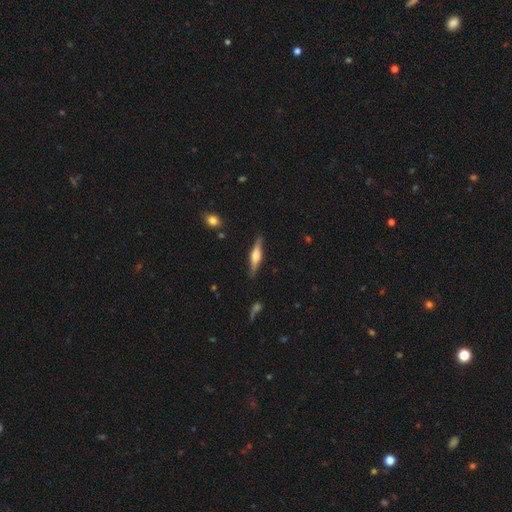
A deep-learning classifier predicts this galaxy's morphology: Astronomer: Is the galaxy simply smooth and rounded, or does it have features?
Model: featured or disk — 64%.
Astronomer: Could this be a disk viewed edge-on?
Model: yes — 96%.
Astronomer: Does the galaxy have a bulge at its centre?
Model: rounded — 90%.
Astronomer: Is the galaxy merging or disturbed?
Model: none — 87%.